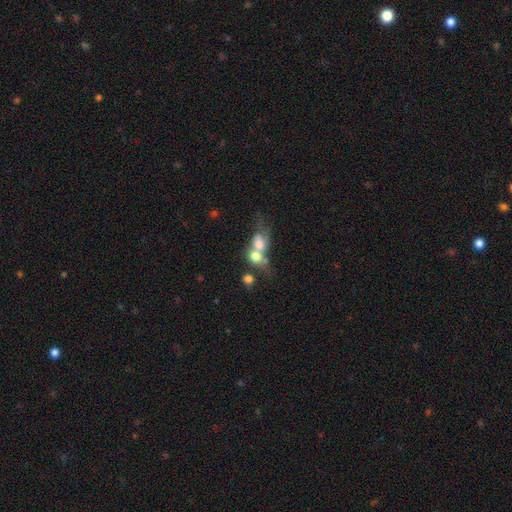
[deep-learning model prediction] smooth-or-featured: smooth: 65% | featured or disk: 24% | star or artifact: 10%
  how-rounded: round: 54% | in between: 43% | cigar-shaped: 3%
  merging: merger: 73% | none: 13% | major disturbance: 8% | minor disturbance: 6%